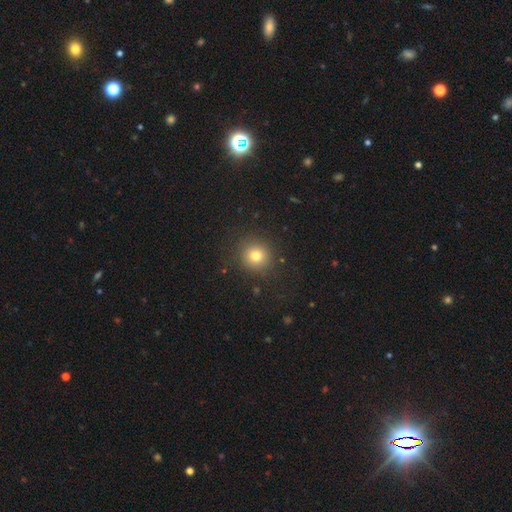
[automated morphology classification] Smooth or featured: smooth — 77% (star or artifact — 15%)
How rounded: round — 93% (in between — 6%)
Merging: none — 88% (minor disturbance — 7%)